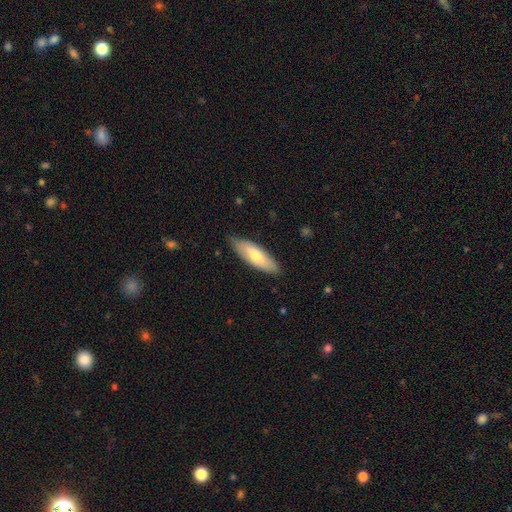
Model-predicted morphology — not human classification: Smooth or featured: smooth — 69% (featured or disk — 26%)
How rounded: in between — 56% (cigar-shaped — 42%)
Merging: none — 82% (minor disturbance — 15%)